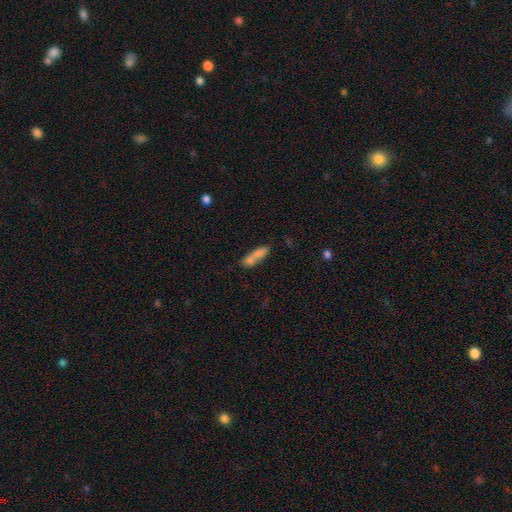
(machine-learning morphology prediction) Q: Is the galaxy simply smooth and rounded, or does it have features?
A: smooth — 74%.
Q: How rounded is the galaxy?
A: cigar-shaped — 52%.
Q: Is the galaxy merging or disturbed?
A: none — 41%.